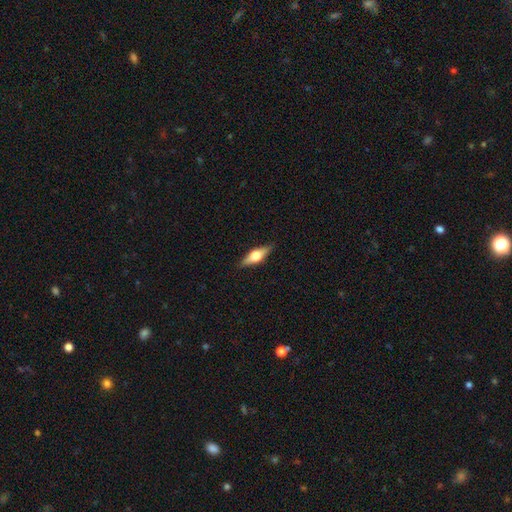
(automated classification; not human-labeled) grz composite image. It shows a featured or disk galaxy (61%) viewed edge-on (95%) with a rounded central bulge (94%). Merging: none (88%).